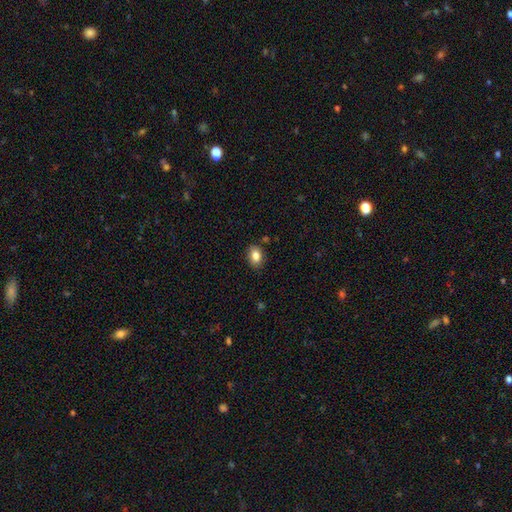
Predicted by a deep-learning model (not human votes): A smooth galaxy with no disk features (84%) that is in between round and cigar-shaped (72%). Merging: none (85%).